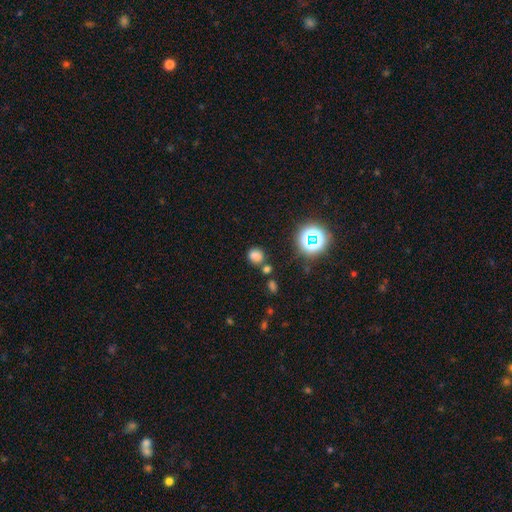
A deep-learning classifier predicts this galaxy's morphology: The model was most divided on "smooth or featured": smooth: 72%, star or artifact: 22%, featured or disk: 6%. More confident: how rounded — round (77%); merging — none (74%).